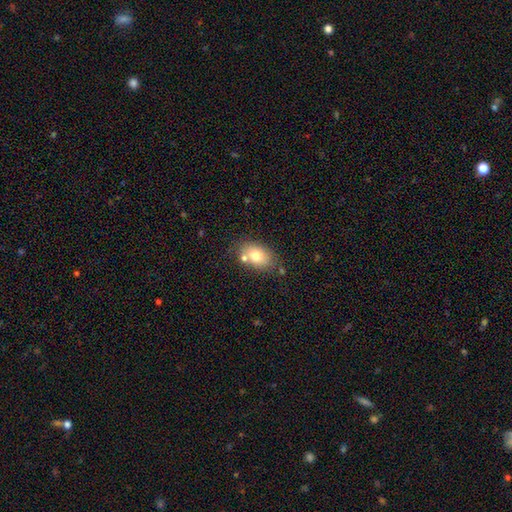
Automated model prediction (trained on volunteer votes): Smooth or featured: smooth — 74% (featured or disk — 17%)
How rounded: in between — 82% (round — 16%)
Merging: none — 66% (minor disturbance — 16%)